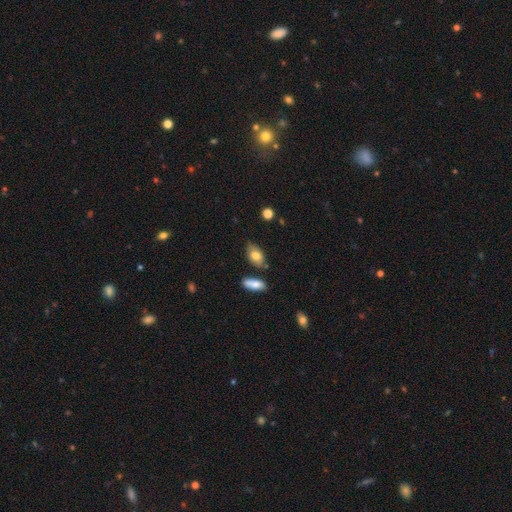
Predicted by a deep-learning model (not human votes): Smooth or featured? smooth (77%)
How rounded? in between (89%)
Merging? none (67%)